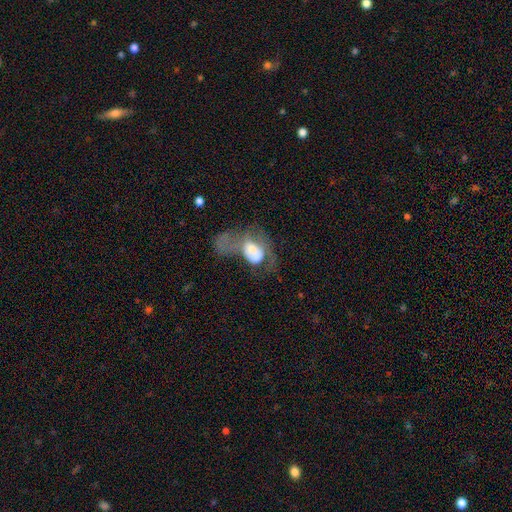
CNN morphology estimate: Smooth or featured? smooth (46%)
Merging? major disturbance (56%)